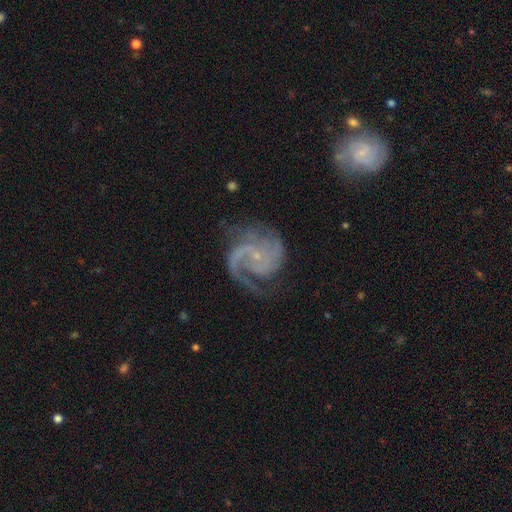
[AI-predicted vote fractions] Morphology: type=featured or disk (90%); edge-on=no (98%); bar=no (65%); spiral arms=yes (98%); winding=medium (52%); arm count=2 (67%); bulge=small (81%); merging=none (67%).